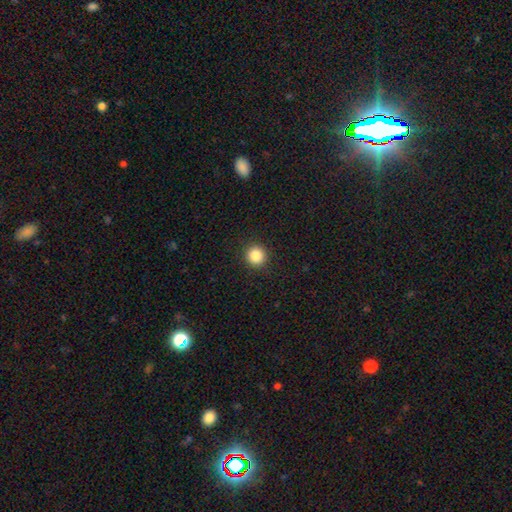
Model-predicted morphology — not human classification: A smooth galaxy with no disk features (86%) that is round (94%).

Vote fractions:
- Smooth or featured? smooth: 86% / star or artifact: 10% / featured or disk: 4%
- How rounded? round: 94% / in between: 5% / cigar-shaped: 1%
- Merging? none: 92% / minor disturbance: 5% / major disturbance: 2% / merger: 1%